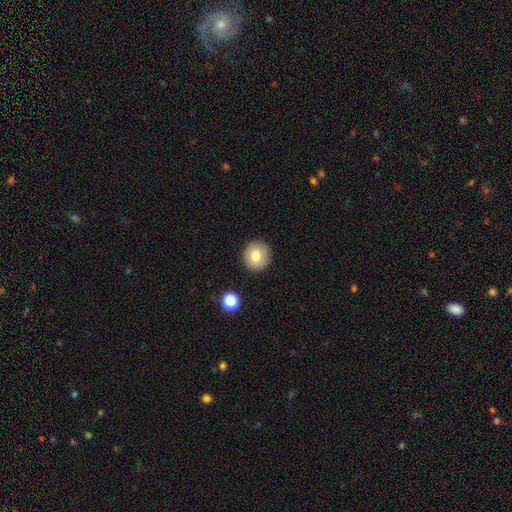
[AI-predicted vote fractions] This appears to be a smooth galaxy with no disk features (77%) that is round (93%). Merging: none (90%).